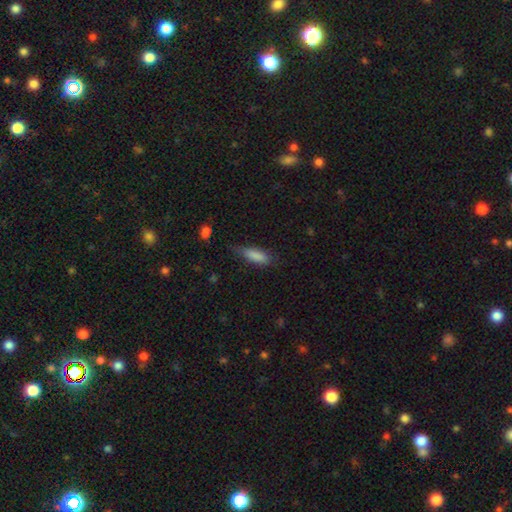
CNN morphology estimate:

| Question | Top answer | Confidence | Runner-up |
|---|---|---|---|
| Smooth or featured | smooth | 85% | featured or disk (8%) |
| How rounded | in between | 56% | cigar-shaped (42%) |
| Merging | none | 64% | minor disturbance (27%) |